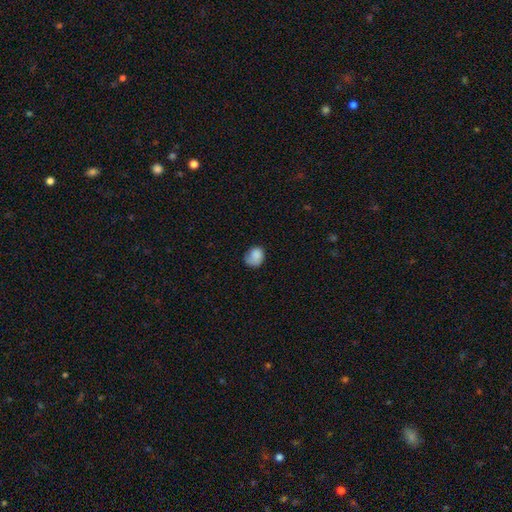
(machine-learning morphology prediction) Smooth or featured? Predicted: smooth (p=0.82). How rounded? Predicted: round (p=0.62). Merging? Predicted: none (p=0.51).